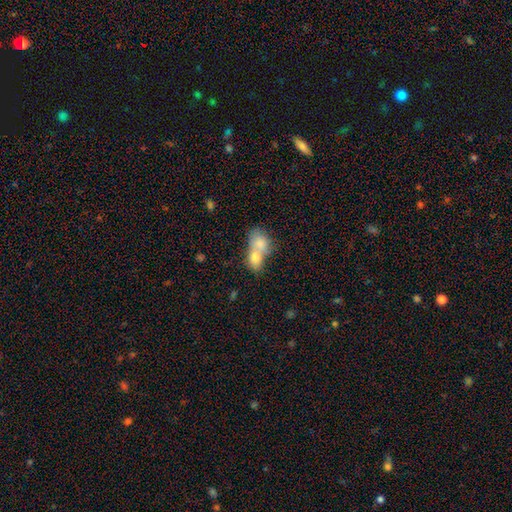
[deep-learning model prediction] Q: Smooth or featured?
A: smooth (77%); runner-up: featured or disk (16%)
Q: How rounded?
A: in between (65%); runner-up: round (33%)
Q: Merging?
A: merger (77%); runner-up: none (15%)